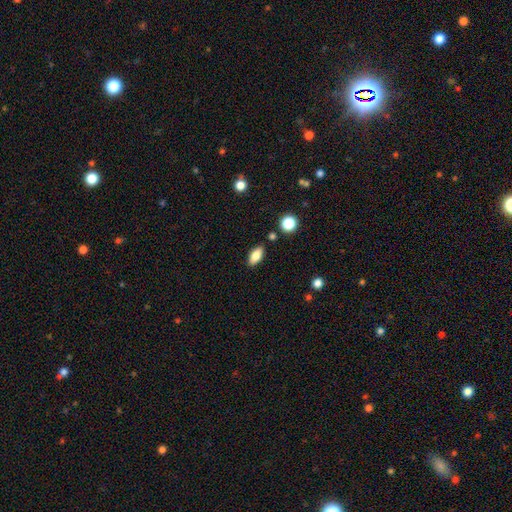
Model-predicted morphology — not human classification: Smooth or featured? smooth (81%)
How rounded? in between (86%)
Merging? none (86%)